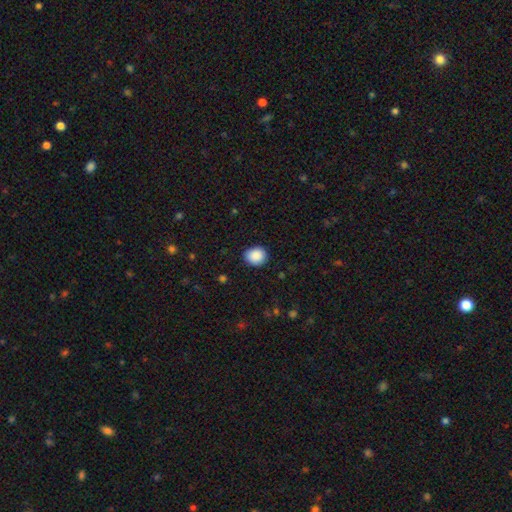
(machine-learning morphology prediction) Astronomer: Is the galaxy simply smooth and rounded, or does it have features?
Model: smooth — 89%.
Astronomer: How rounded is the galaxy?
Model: round — 70%.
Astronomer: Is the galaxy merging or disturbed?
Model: none — 88%.